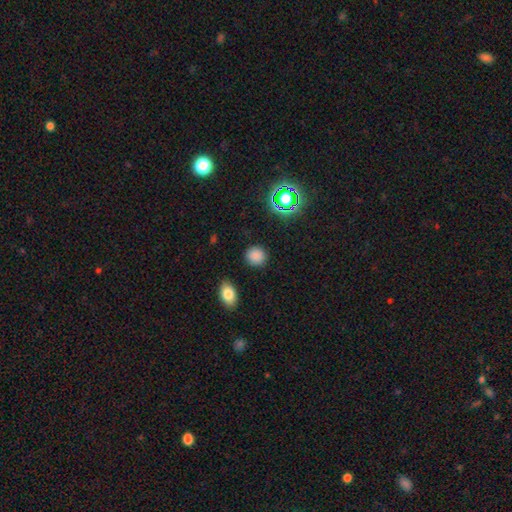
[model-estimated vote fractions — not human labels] A smooth galaxy with no disk features (82%) that is round (83%). Merging: none (88%).